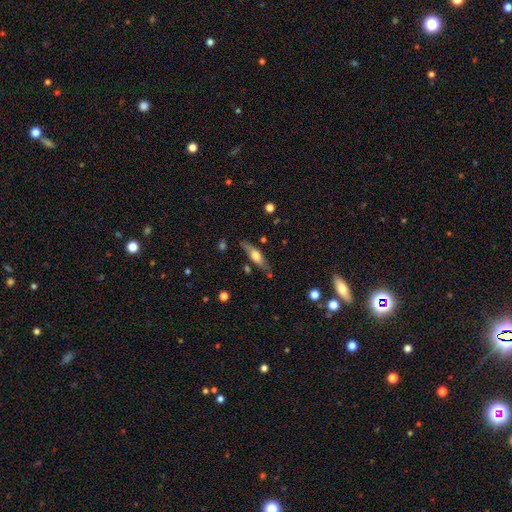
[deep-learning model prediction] Morphology: type=featured or disk (49%); merging=none (75%).